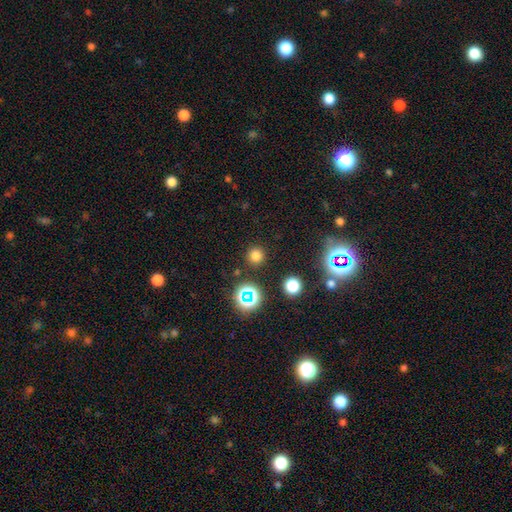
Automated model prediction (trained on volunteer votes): The model was most divided on "smooth or featured": smooth: 73%, star or artifact: 21%, featured or disk: 5%. More confident: how rounded — round (95%); merging — none (90%).